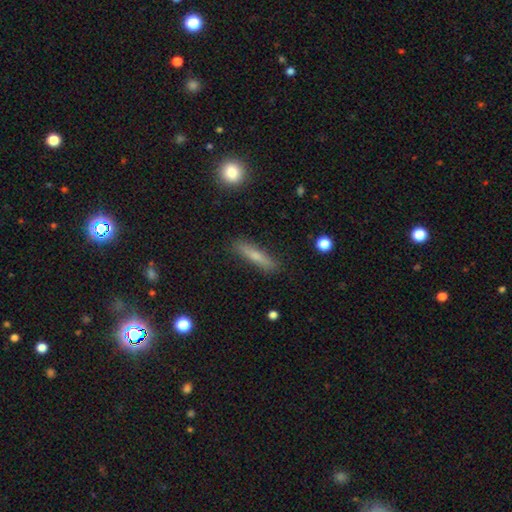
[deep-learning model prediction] This appears to be a smooth galaxy with no disk features (66%) that is cigar-shaped (84%). Merging: none (87%).